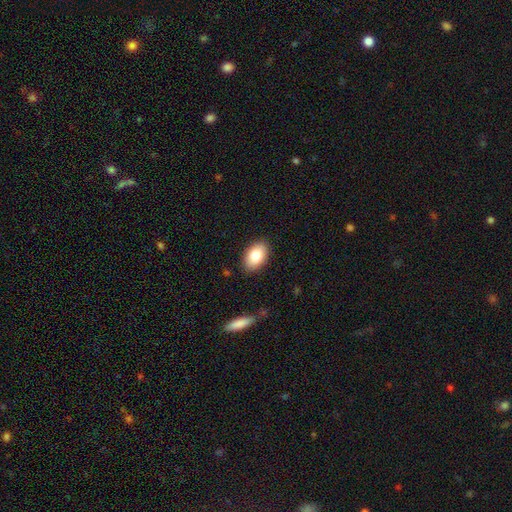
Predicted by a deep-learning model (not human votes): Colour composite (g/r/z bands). It shows a smooth galaxy with no disk features (82%) that is in between round and cigar-shaped (91%). Merging: none (86%).